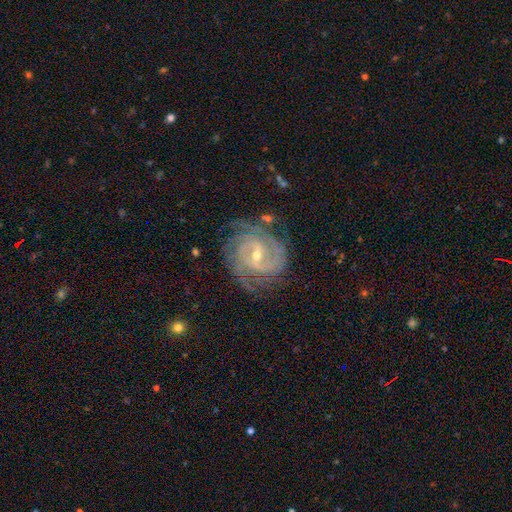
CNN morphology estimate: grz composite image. It shows a featured or disk galaxy (91%) with a weak bar (52%), 2 (34%) tight (64%) spiral arms (98%) and a small central bulge (63%). Merging: none (72%).